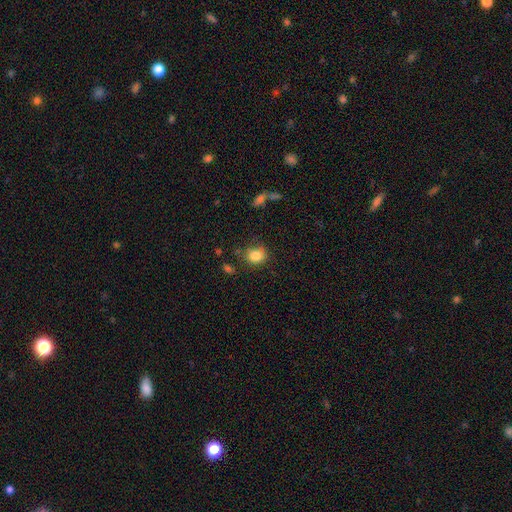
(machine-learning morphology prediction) The model was most divided on "how rounded": round: 70%, in between: 29%, cigar-shaped: 1%. More confident: smooth or featured — smooth (84%); merging — none (69%).